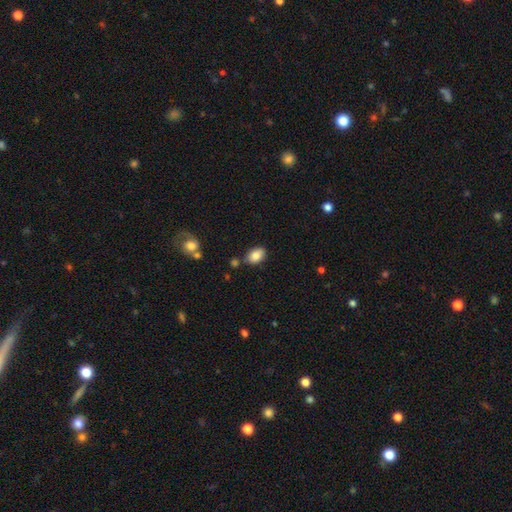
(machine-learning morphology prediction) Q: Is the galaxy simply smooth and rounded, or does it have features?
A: smooth — 84%.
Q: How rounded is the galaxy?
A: in between — 86%.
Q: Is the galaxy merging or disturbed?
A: none — 76%.